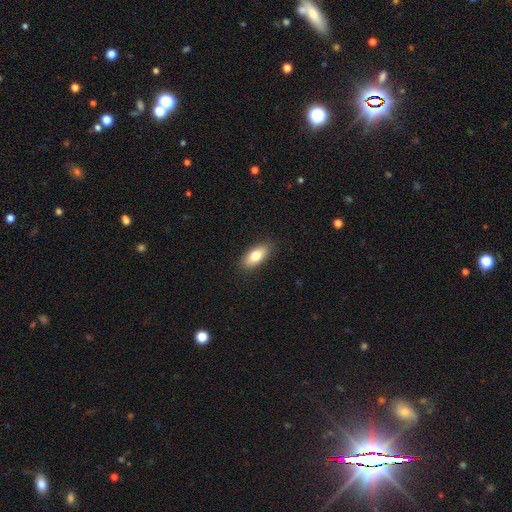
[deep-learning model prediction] A smooth galaxy with no disk features (76%) that is in between round and cigar-shaped (84%). Merging: none (88%).